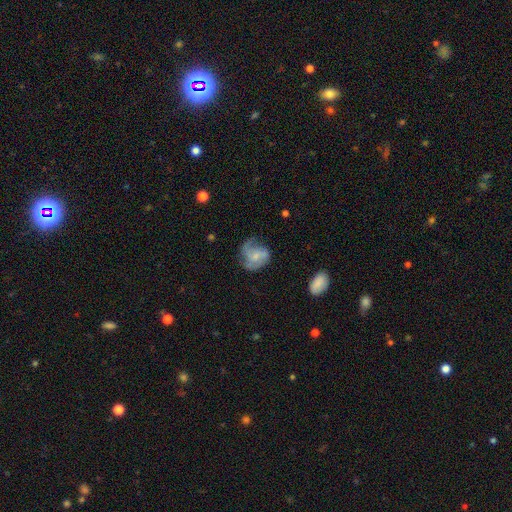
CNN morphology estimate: A featured or disk galaxy (68%) with no bar (59%), 2 (34%) medium (45%) spiral arms (88%) and a small central bulge (57%). Merging: none (50%).